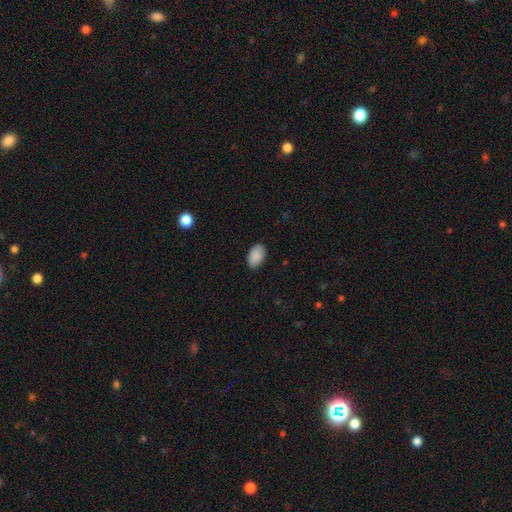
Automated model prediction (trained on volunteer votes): smooth 90%, star or artifact 7%, featured or disk 3%. Down the decision tree: how rounded — in between (92%); merging — none (87%).